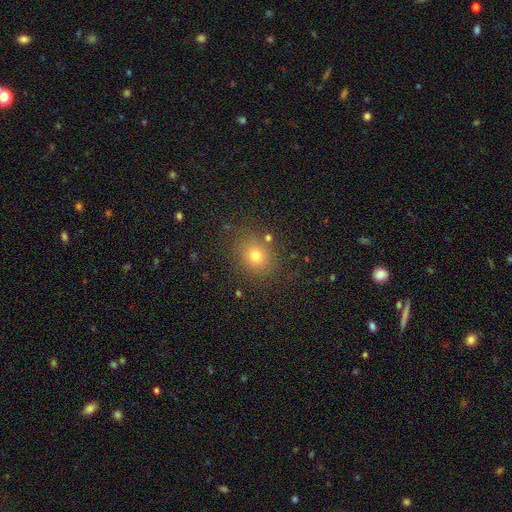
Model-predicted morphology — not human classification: smooth 73%, star or artifact 17%, featured or disk 10%. Down the decision tree: how rounded — round (65%); merging — none (82%).